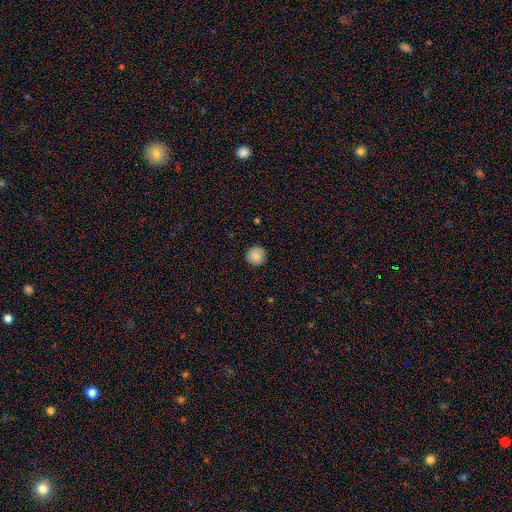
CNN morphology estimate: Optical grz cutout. It shows a smooth galaxy with no disk features (85%) that is round (96%). Merging: none (91%).